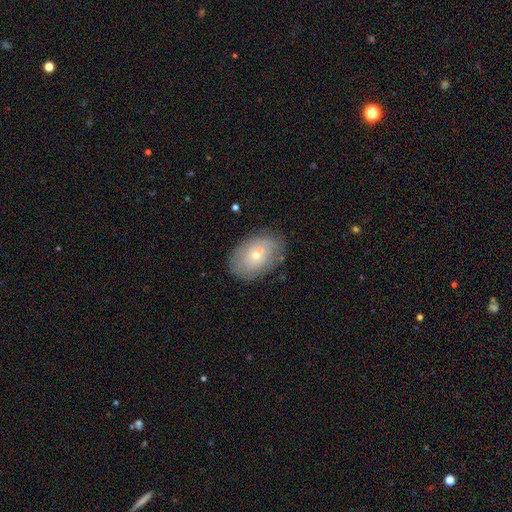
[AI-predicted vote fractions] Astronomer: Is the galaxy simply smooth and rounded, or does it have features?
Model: smooth — 49% (runner-up: featured or disk, 42%).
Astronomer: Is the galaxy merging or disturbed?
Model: none — 71%.